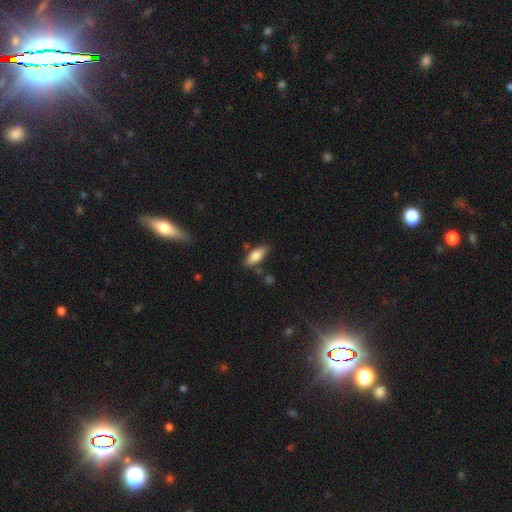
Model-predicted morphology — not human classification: Q: Smooth or featured?
A: smooth (80%); runner-up: featured or disk (13%)
Q: How rounded?
A: in between (80%); runner-up: cigar-shaped (18%)
Q: Merging?
A: none (73%); runner-up: minor disturbance (17%)